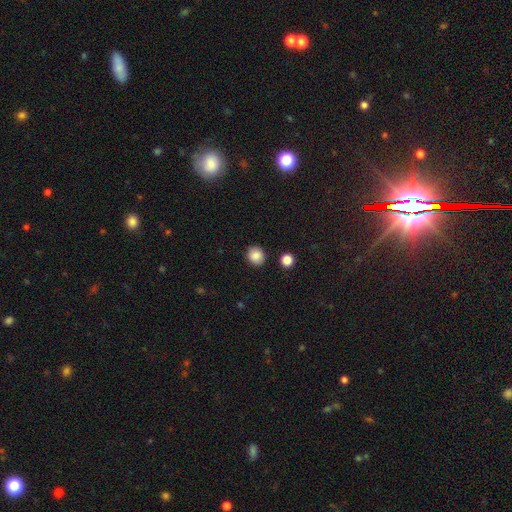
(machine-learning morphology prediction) type=smooth (86%); roundness=round (74%); merging=none (87%).